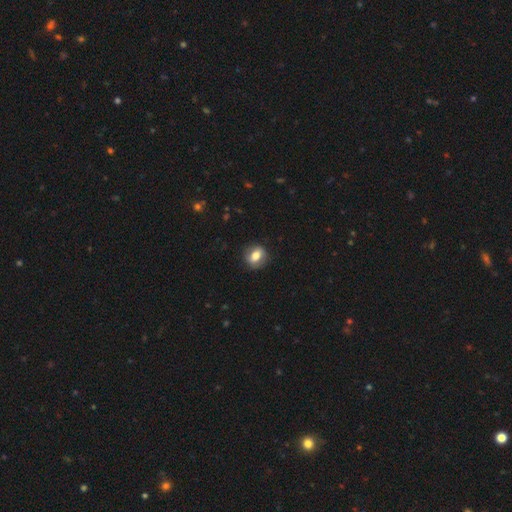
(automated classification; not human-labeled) The model was most divided on "how rounded": in between: 51%, round: 47%, cigar-shaped: 2%. More confident: merging — none (83%); smooth or featured — smooth (67%).